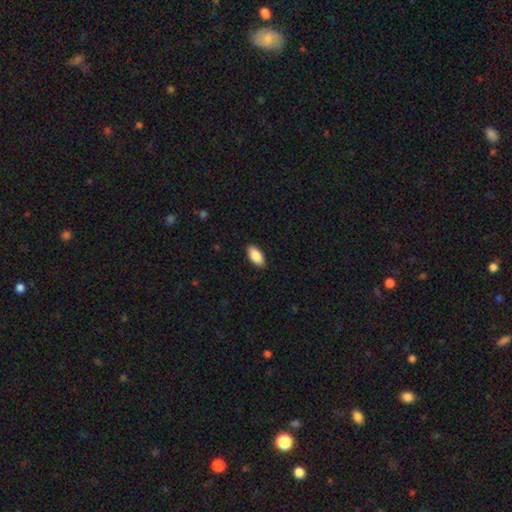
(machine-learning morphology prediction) The model was most divided on "smooth or featured": smooth: 86%, featured or disk: 8%, star or artifact: 6%. More confident: how rounded — in between (90%); merging — none (88%).